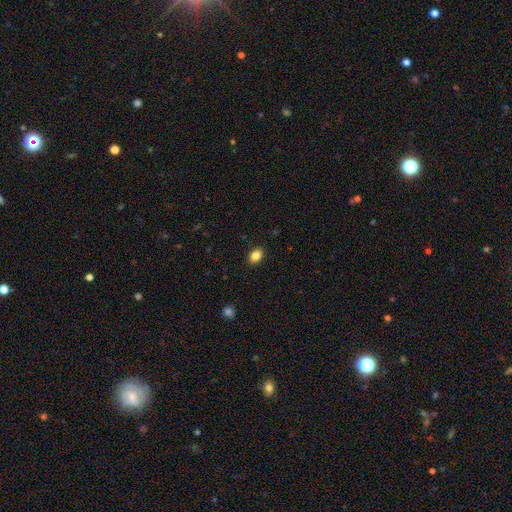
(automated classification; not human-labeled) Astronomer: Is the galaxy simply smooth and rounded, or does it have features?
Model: smooth — 86%.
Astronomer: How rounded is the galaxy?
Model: in between — 77%.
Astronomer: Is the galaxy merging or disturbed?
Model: none — 89%.